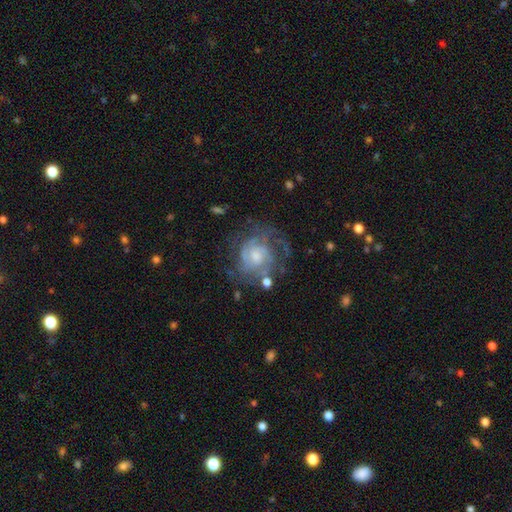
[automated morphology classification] Smooth or featured: featured or disk — 79% (smooth — 14%)
Edge-on disk: no — 98% (yes — 2%)
Bar: no — 68% (weak — 28%)
Spiral arms: yes — 89% (no — 11%)
Spiral winding: tight — 56% (medium — 34%)
Spiral arm count: can't tell — 39% (2 — 25%)
Bulge size: moderate — 47% (small — 35%)
Merging: none — 58% (minor disturbance — 20%)